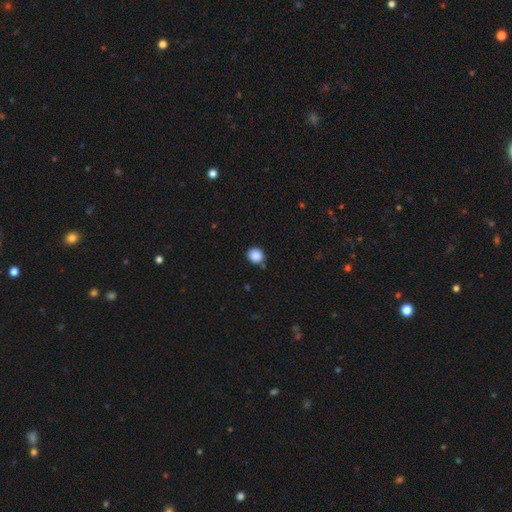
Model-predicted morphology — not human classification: This is clearly a smooth galaxy (88%). How rounded: clearly round (86%). Merging: clearly none (83%).